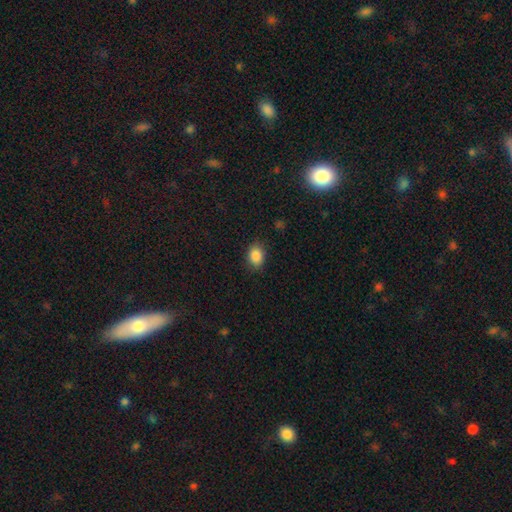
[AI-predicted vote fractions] The model was most divided on "how rounded": in between: 67%, round: 31%, cigar-shaped: 1%. More confident: smooth or featured — smooth (87%); merging — none (84%).